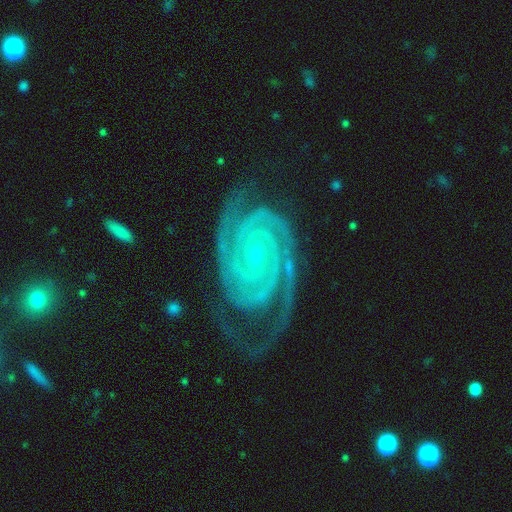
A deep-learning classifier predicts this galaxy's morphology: A featured or disk galaxy (93%) with no bar (71%), 2 (63%) tight (85%) spiral arms (99%) and a small central bulge (88%). Merging: none (76%).